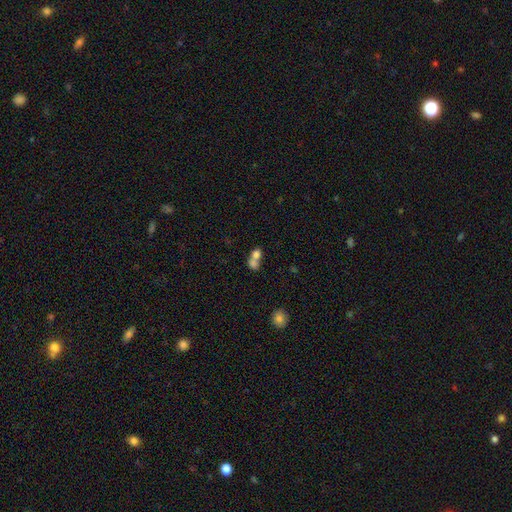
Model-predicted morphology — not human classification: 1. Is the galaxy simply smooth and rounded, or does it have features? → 74% smooth, 15% featured or disk, 11% star or artifact.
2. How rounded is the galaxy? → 54% round, 44% in between, 2% cigar-shaped.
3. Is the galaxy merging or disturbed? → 69% merger, 22% none, 5% minor disturbance, 4% major disturbance.